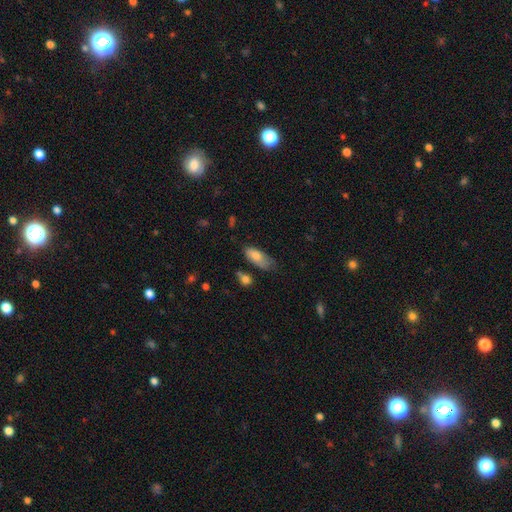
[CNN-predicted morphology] smooth-or-featured: smooth: 76% | featured or disk: 18% | star or artifact: 7%
  how-rounded: in between: 85% | cigar-shaped: 12% | round: 3%
  merging: none: 43% | minor disturbance: 36% | major disturbance: 13% | merger: 8%